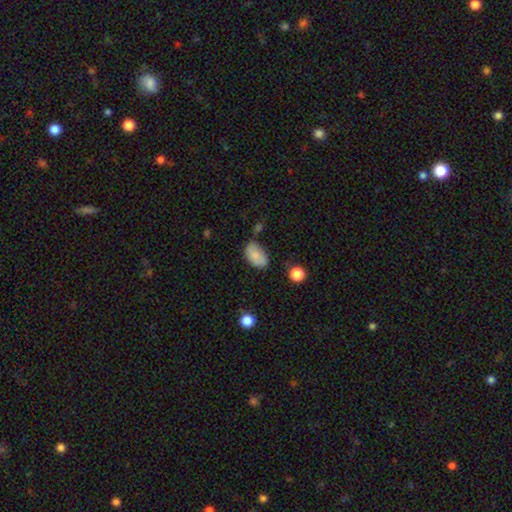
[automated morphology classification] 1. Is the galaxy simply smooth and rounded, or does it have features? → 83% smooth, 9% featured or disk, 8% star or artifact.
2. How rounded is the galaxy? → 92% in between, 7% round, 1% cigar-shaped.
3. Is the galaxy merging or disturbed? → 56% none, 30% minor disturbance, 8% major disturbance, 7% merger.